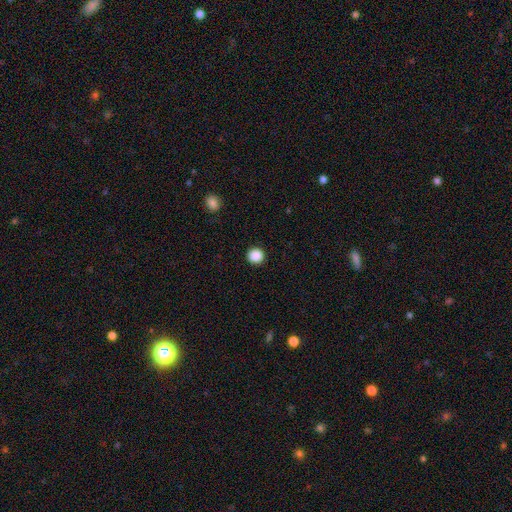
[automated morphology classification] This appears to be a smooth galaxy with no disk features (88%) that is round (95%). Merging: none (93%).